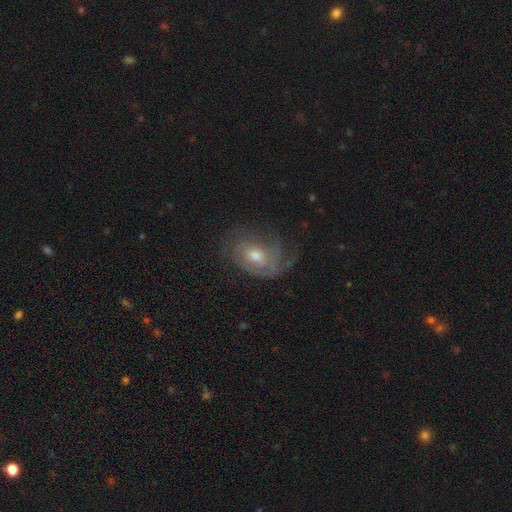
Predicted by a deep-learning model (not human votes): A featured or disk galaxy (74%) with no bar (68%), tight (54%) spiral arms (84%) and a moderate central bulge (62%).

Vote fractions:
- Smooth or featured? featured or disk: 74% / smooth: 19% / star or artifact: 8%
- Edge-on disk? no: 96% / yes: 4%
- Bar? no: 68% / weak: 27% / strong: 5%
- Spiral arms? yes: 84% / no: 16%
- Spiral winding? tight: 54% / medium: 31% / loose: 15%
- Spiral arm count? can't tell: 41% / 2: 26% / 3: 13% / 1: 11% / 4: 5% / more than 4: 4%
- Bulge size? moderate: 62% / small: 31% / large: 4% / none: 1% / dominant: 1%
- Merging? none: 57% / minor disturbance: 23% / major disturbance: 18% / merger: 2%